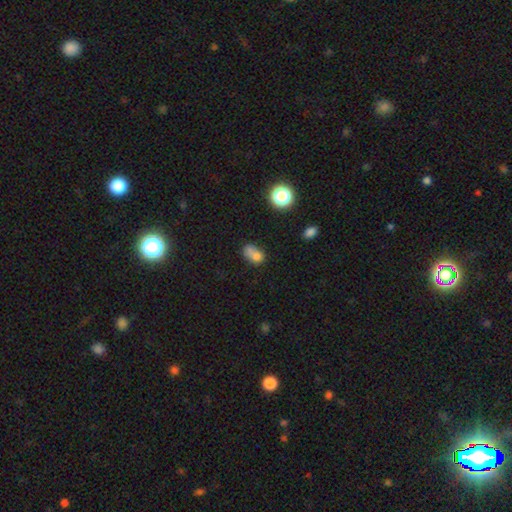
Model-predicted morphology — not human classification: A smooth galaxy with no disk features (70%) that is in between round and cigar-shaped (67%). Merging: merger (39%).